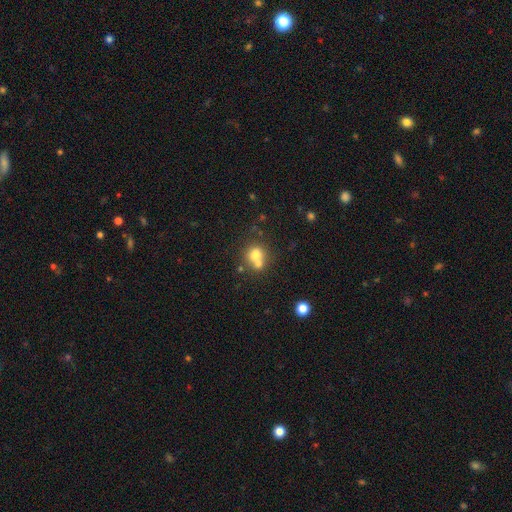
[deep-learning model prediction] smooth_or_featured: smooth (p=0.72) [alt: featured or disk p=0.15]
how_rounded: round (p=0.82) [alt: in between p=0.18]
merging: merger (p=0.45) [alt: none p=0.43]